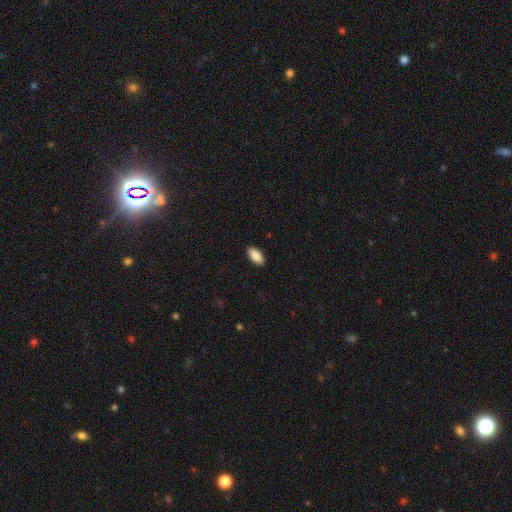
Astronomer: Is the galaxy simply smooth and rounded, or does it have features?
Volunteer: smooth — 95%.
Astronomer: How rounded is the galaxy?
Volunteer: in between — 97%.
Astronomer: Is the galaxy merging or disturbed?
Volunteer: none — 92%.